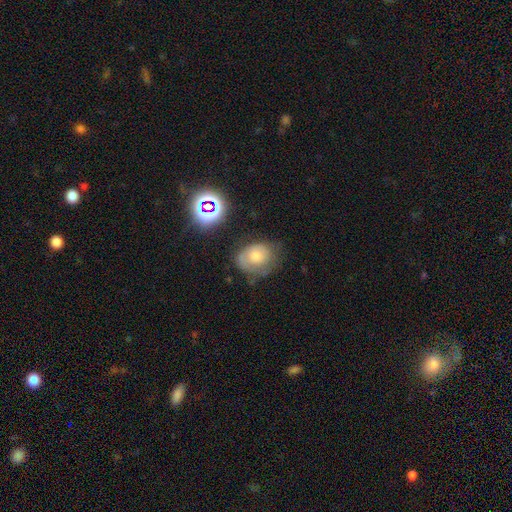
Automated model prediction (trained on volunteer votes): Morphology: type=smooth (46%); merging=none (56%).